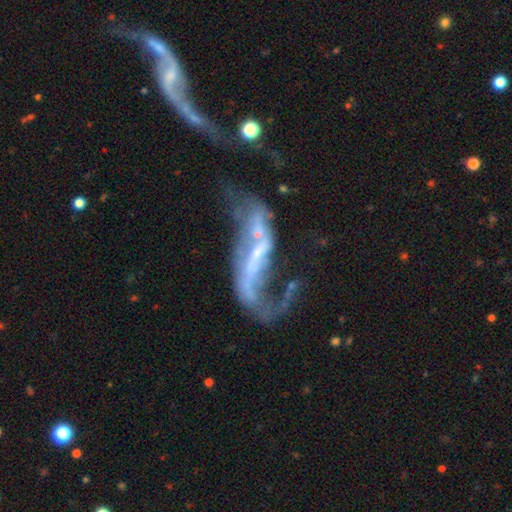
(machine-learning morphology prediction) This is likely a featured or disk galaxy (79%). It is clearly not viewed edge-on (86%). Bar: marginally strong (41%). Spiral arm pattern: likely yes (68%). Central bulge: possibly small (45%). Merging: marginally major disturbance (38%).